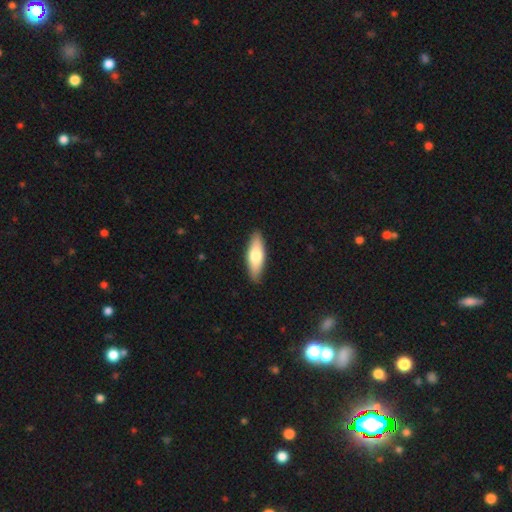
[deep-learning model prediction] The model was most divided on "how rounded": in between: 59%, cigar-shaped: 39%, round: 2%. More confident: merging — none (89%); smooth or featured — smooth (68%).